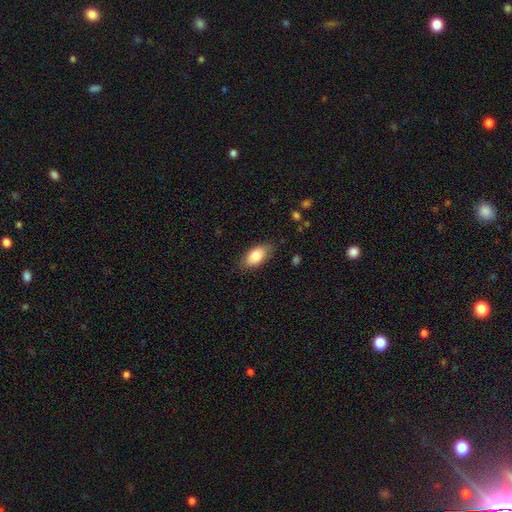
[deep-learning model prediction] Morphology: type=smooth (82%); roundness=in between (91%); merging=none (81%).